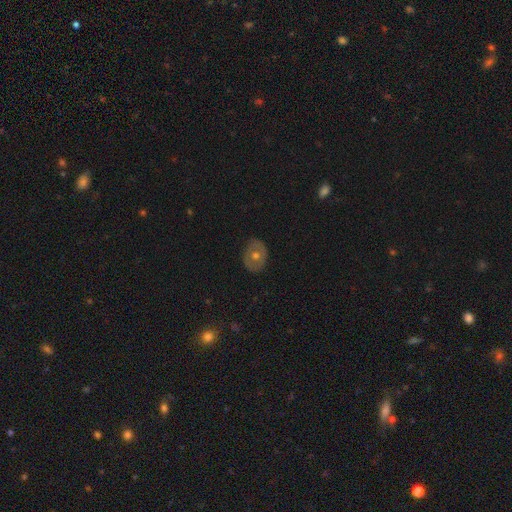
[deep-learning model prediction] This appears to be a featured or disk galaxy (47%). Merging: none (85%).